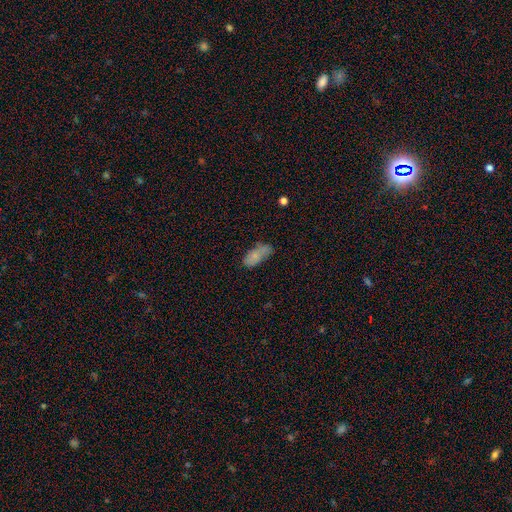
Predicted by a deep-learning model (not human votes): Smooth or featured? Predicted: smooth (p=0.78). How rounded? Predicted: in between (p=0.86). Merging? Predicted: none (p=0.54).